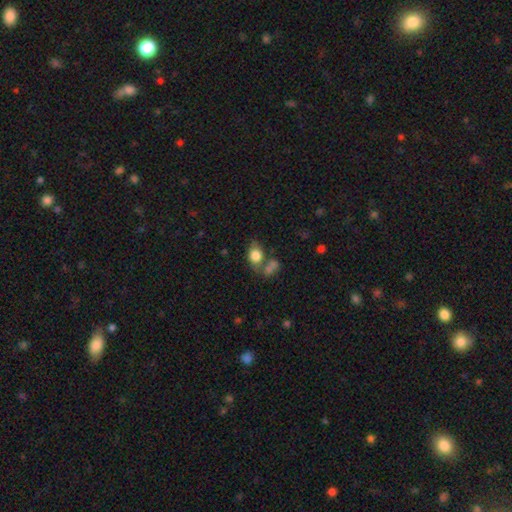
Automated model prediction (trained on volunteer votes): smooth_or_featured: smooth (p=0.81) [alt: featured or disk p=0.10]
how_rounded: in between (p=0.61) [alt: round p=0.37]
merging: none (p=0.46) [alt: merger p=0.29]